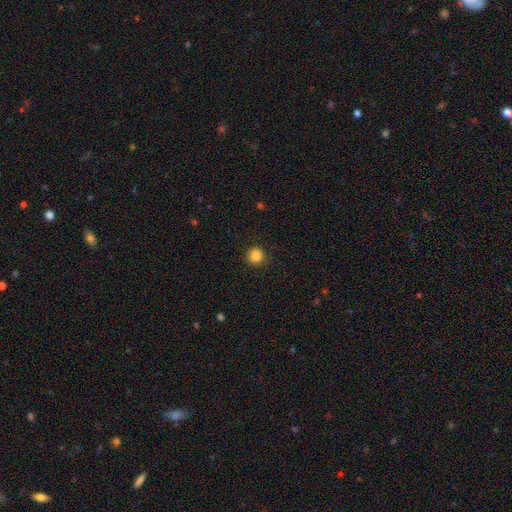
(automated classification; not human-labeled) Smooth or featured?
  - smooth: 86% *
  - star or artifact: 11%
  - featured or disk: 3%
How rounded?
  - round: 93% *
  - in between: 6%
  - cigar-shaped: 1%
Merging?
  - none: 92% *
  - minor disturbance: 5%
  - major disturbance: 2%
  - merger: 1%